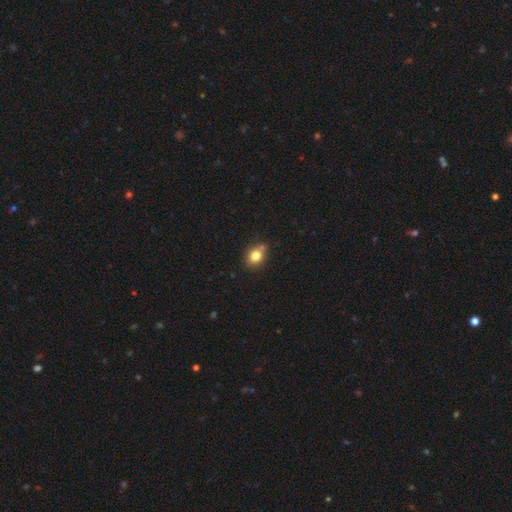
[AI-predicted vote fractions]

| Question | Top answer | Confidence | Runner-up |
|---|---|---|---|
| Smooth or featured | smooth | 79% | star or artifact (11%) |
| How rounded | round | 57% | in between (42%) |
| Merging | none | 68% | minor disturbance (16%) |